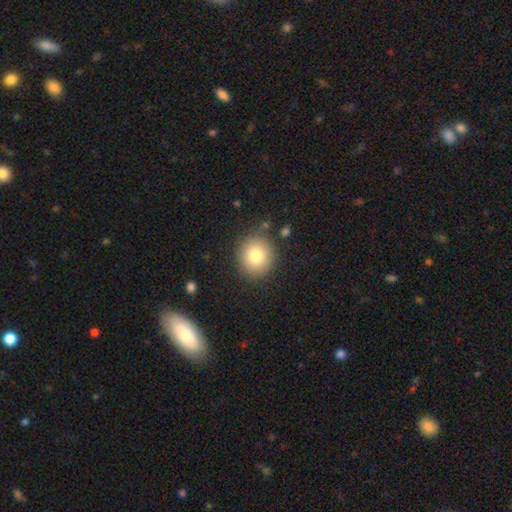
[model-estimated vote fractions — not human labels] This appears to be a smooth galaxy with no disk features (81%) that is round (90%). Merging: none (86%).